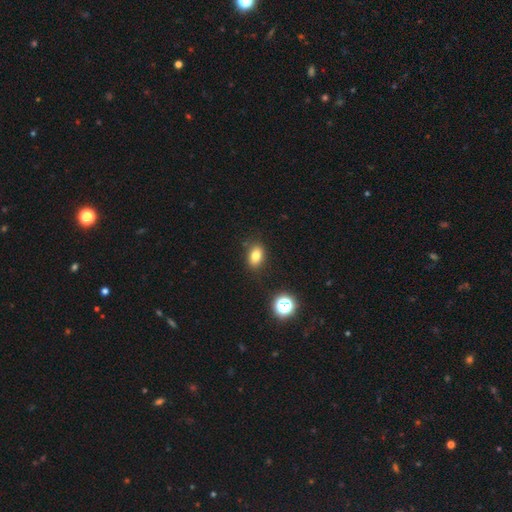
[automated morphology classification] smooth_or_featured: smooth (p=0.80) [alt: star or artifact p=0.12]
how_rounded: in between (p=0.78) [alt: round p=0.21]
merging: none (p=0.85) [alt: minor disturbance p=0.10]